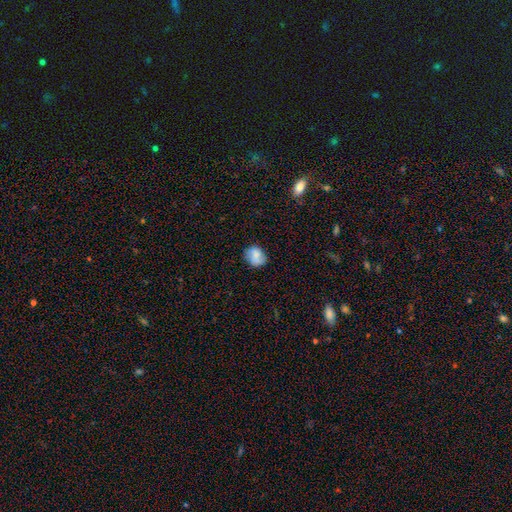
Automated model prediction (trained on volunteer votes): A smooth galaxy with no disk features (67%) that is round (57%).

Vote fractions:
- Smooth or featured? smooth: 67% / featured or disk: 25% / star or artifact: 9%
- How rounded? round: 57% / in between: 42% / cigar-shaped: 1%
- Merging? none: 69% / minor disturbance: 22% / major disturbance: 6% / merger: 3%